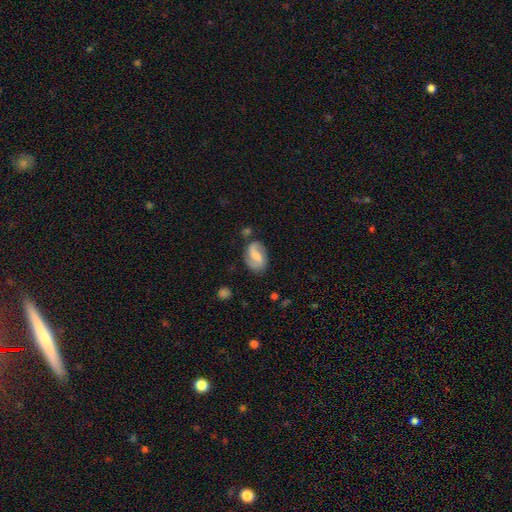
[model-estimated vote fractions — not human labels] A featured or disk galaxy (71%) with a weak bar (49%), 2 (88%) medium (42%) spiral arms (93%) and a moderate central bulge (40%). Merging: none (73%).